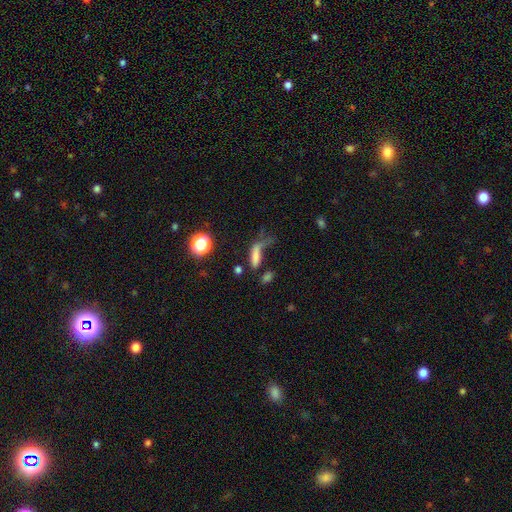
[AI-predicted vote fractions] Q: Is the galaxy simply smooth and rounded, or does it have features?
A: smooth — 66%.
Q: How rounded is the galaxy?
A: cigar-shaped — 50%.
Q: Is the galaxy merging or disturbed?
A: major disturbance — 38%.